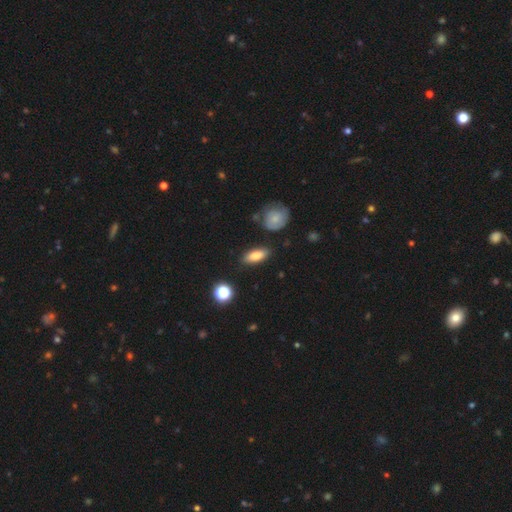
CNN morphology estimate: Q: Smooth or featured?
A: smooth (80%); runner-up: featured or disk (12%)
Q: How rounded?
A: in between (71%); runner-up: cigar-shaped (25%)
Q: Merging?
A: none (84%); runner-up: minor disturbance (11%)